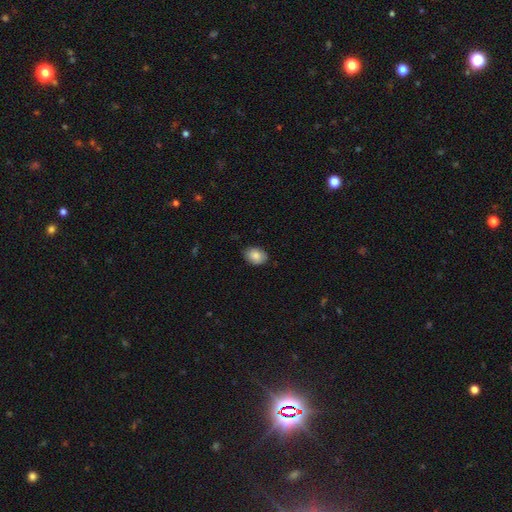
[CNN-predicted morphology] Smooth or featured: smooth — 86% (star or artifact — 7%)
How rounded: in between — 74% (round — 25%)
Merging: none — 85% (minor disturbance — 12%)